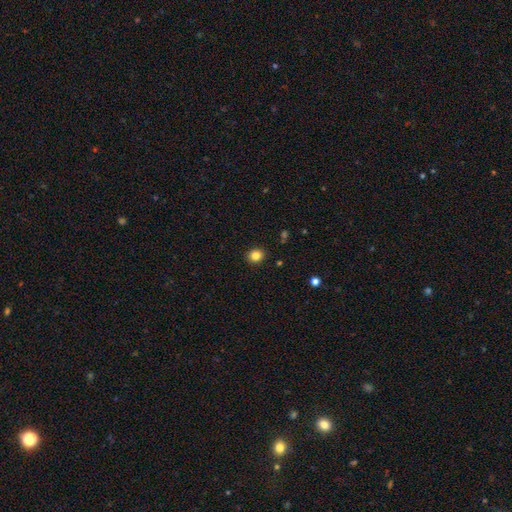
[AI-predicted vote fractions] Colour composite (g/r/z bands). It shows a smooth galaxy with no disk features (84%) that is round (77%). Merging: none (91%).